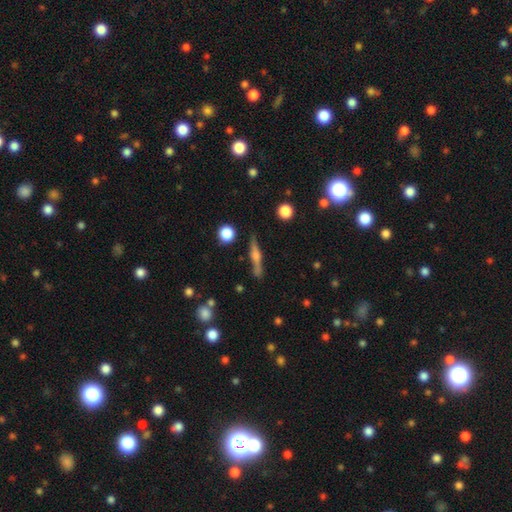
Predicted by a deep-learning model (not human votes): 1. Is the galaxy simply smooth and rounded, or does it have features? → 61% featured or disk, 31% smooth, 9% star or artifact.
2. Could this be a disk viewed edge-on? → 95% yes, 5% no.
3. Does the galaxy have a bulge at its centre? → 79% rounded, 13% boxy, 9% none.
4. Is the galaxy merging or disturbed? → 81% none, 12% minor disturbance, 3% merger, 3% major disturbance.